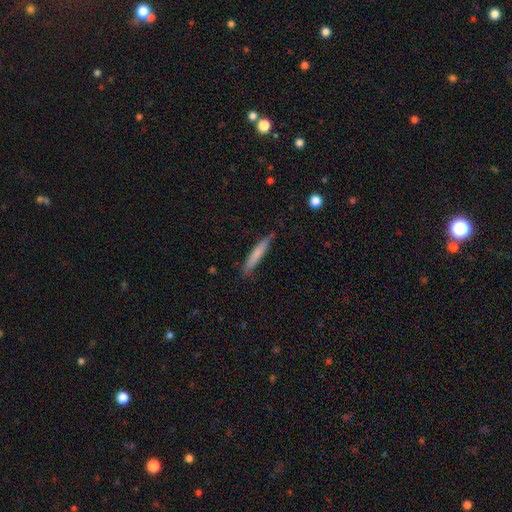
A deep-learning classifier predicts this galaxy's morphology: Smooth or featured?
  - smooth: 74% *
  - featured or disk: 20%
  - star or artifact: 5%
How rounded?
  - cigar-shaped: 94% *
  - in between: 5%
  - round: 1%
Merging?
  - none: 80% *
  - minor disturbance: 16%
  - major disturbance: 2%
  - merger: 1%